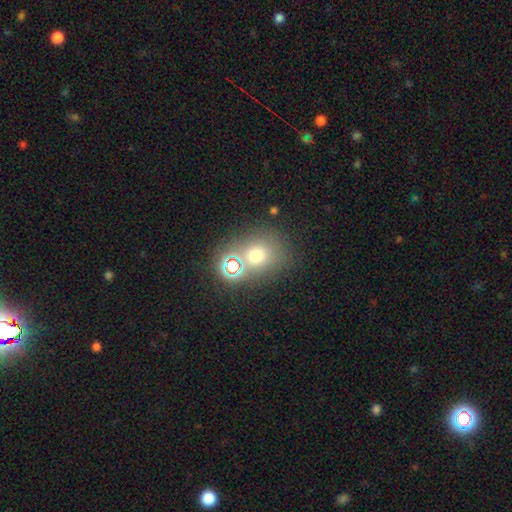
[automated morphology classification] Smooth or featured? Predicted: smooth (p=0.64). How rounded? Predicted: round (p=0.73). Merging? Predicted: none (p=0.63).